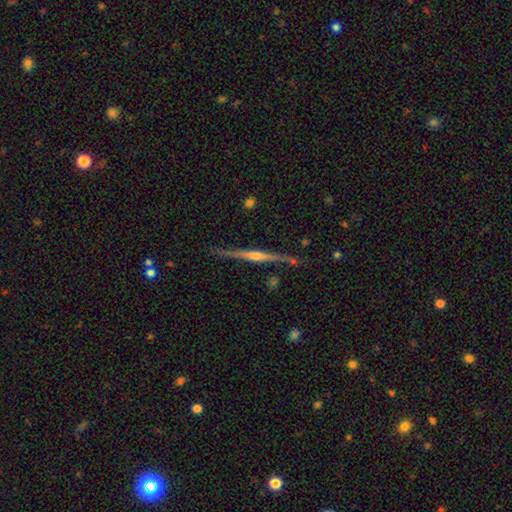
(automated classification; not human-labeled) The model was most divided on "edge-on bulge": rounded: 81%, none: 11%, boxy: 8%. More confident: edge-on disk — yes (98%); merging — none (84%); smooth or featured — featured or disk (82%).